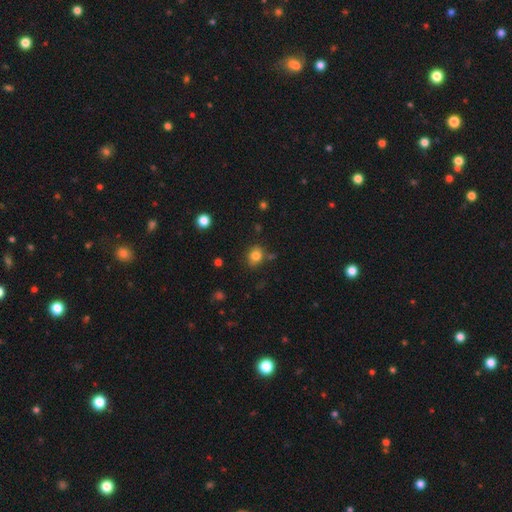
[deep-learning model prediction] Overall: smooth (82%). How rounded: round (62%; in between 37%). Merging: none (76%).